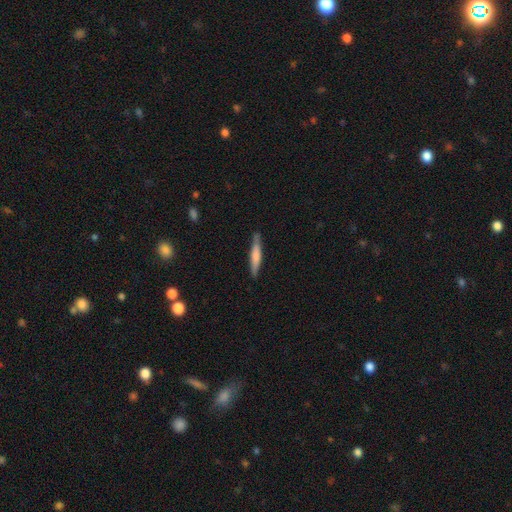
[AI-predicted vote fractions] Overall: smooth (59%; featured or disk 36%). How rounded: cigar-shaped (92%). Merging: none (86%).